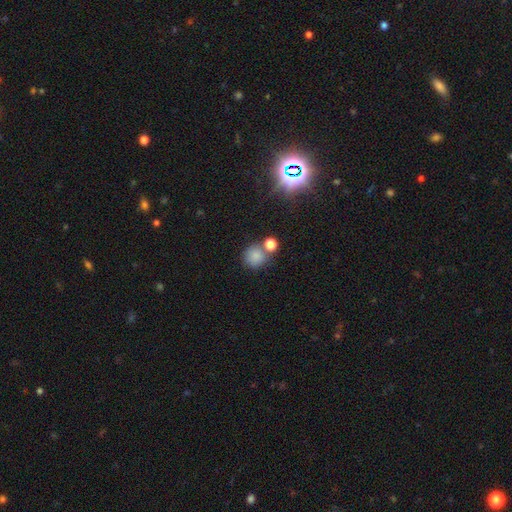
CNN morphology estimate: The model was most divided on "merging": none: 60%, merger: 24%, minor disturbance: 11%, major disturbance: 5%. More confident: how rounded — round (87%); smooth or featured — smooth (81%).